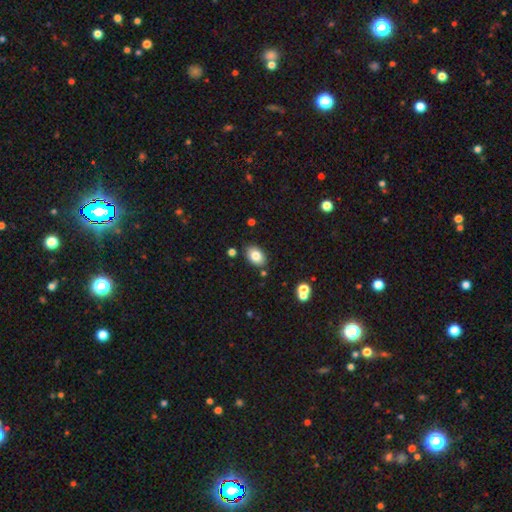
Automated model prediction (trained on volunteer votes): smooth-or-featured: smooth: 83% | star or artifact: 9% | featured or disk: 9%
  how-rounded: in between: 85% | round: 14% | cigar-shaped: 1%
  merging: none: 84% | minor disturbance: 10% | merger: 3% | major disturbance: 2%